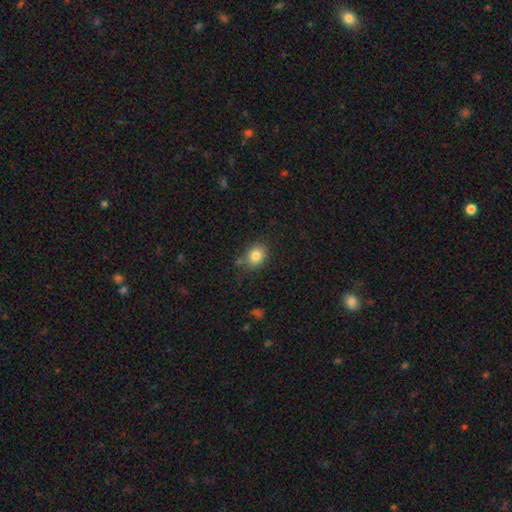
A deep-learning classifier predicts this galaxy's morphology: This appears to be a smooth galaxy with no disk features (84%) that is round (50%). Merging: none (76%).